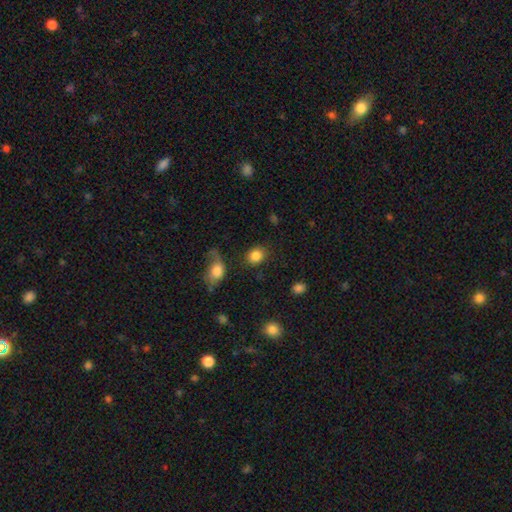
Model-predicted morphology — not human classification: This appears to be a smooth galaxy with no disk features (85%) that is round (62%). Merging: none (79%).